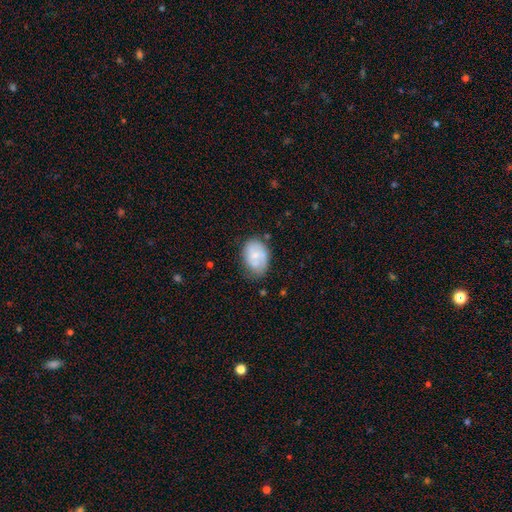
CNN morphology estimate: A smooth galaxy with no disk features (47%).

Vote fractions:
- Smooth or featured? smooth: 47% / featured or disk: 45% / star or artifact: 7%
- Merging? none: 59% / minor disturbance: 28% / major disturbance: 9% / merger: 4%